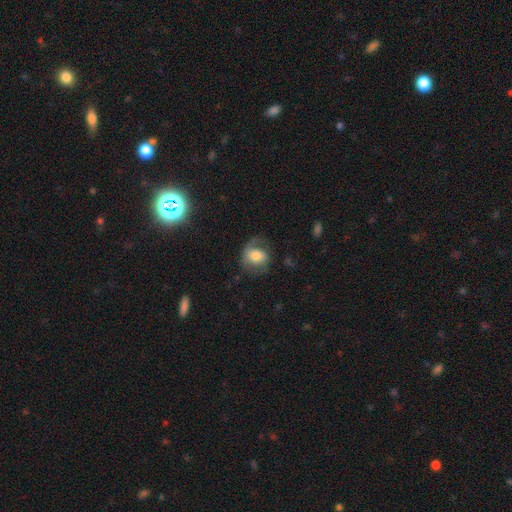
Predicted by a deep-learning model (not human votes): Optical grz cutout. It shows a smooth galaxy with no disk features (52%) that is round (57%). Merging: none (49%).